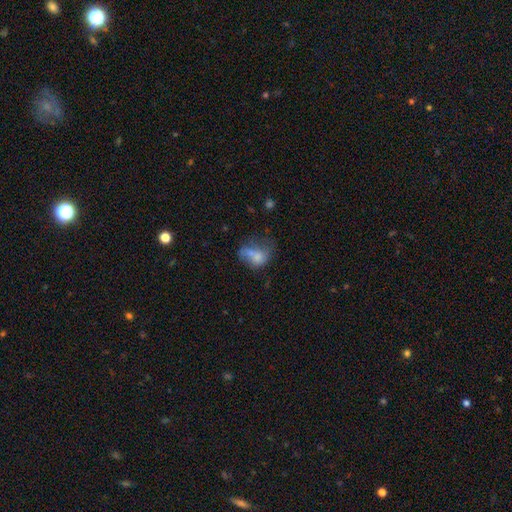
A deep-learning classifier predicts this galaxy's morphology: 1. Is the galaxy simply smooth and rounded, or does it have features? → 59% smooth, 29% featured or disk, 11% star or artifact.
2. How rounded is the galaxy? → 68% in between, 30% round, 2% cigar-shaped.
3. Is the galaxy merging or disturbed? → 31% merger, 25% major disturbance, 24% none, 20% minor disturbance.